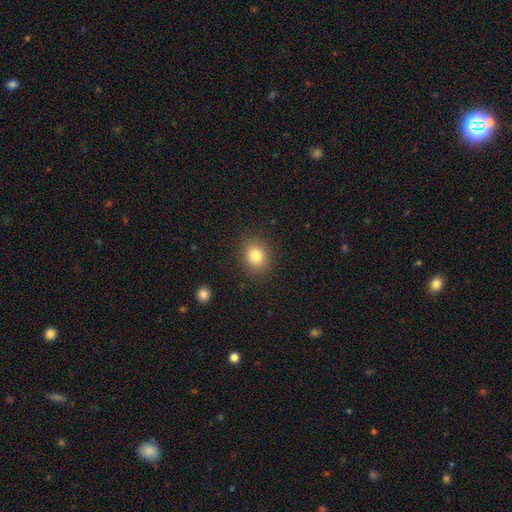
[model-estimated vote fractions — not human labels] Morphology: type=smooth (82%); roundness=round (67%); merging=none (88%).